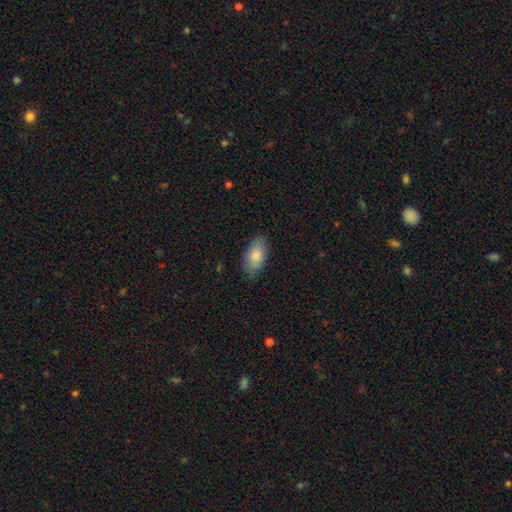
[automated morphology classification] Smooth or featured? smooth (84%)
How rounded? in between (93%)
Merging? none (81%)